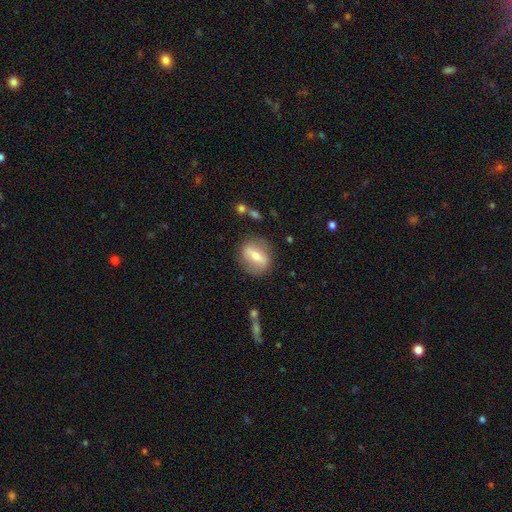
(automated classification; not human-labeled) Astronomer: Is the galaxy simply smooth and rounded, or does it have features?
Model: smooth — 48% (runner-up: featured or disk, 46%).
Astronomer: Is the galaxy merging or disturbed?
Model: none — 81%.